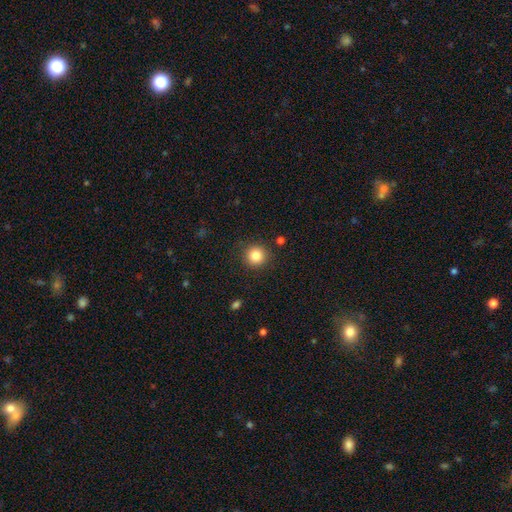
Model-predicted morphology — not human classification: The model was most divided on "smooth or featured": smooth: 83%, star or artifact: 11%, featured or disk: 6%. More confident: how rounded — round (94%); merging — none (90%).